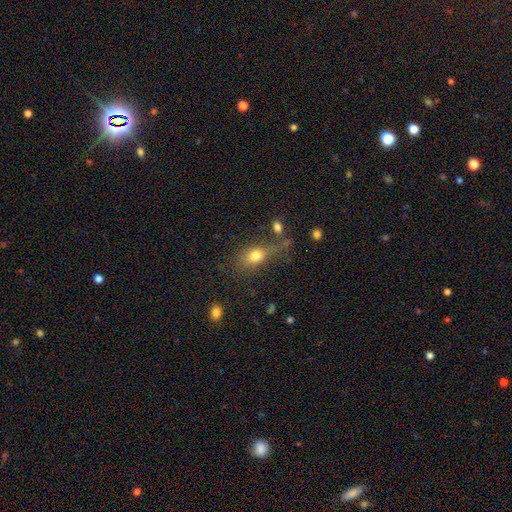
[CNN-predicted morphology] This is likely a smooth galaxy (76%). How rounded: likely in between (68%). Merging: possibly none (51%).